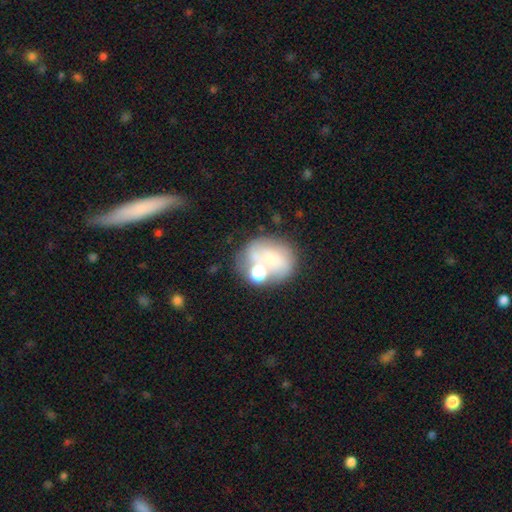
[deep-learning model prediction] Overall: smooth (50%; featured or disk 36%). Merging: none (39%; merger 27%).